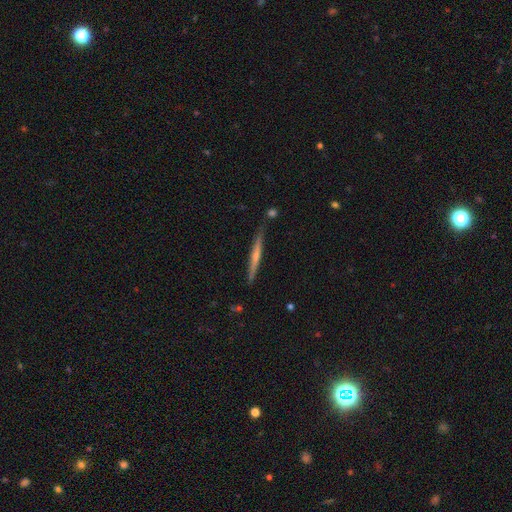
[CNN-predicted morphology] Smooth or featured?
  - featured or disk: 68% *
  - smooth: 22%
  - star or artifact: 10%
Edge-on disk?
  - yes: 96% *
  - no: 4%
Edge-on bulge?
  - rounded: 62% *
  - none: 29%
  - boxy: 10%
Merging?
  - none: 87% *
  - minor disturbance: 9%
  - merger: 2%
  - major disturbance: 2%